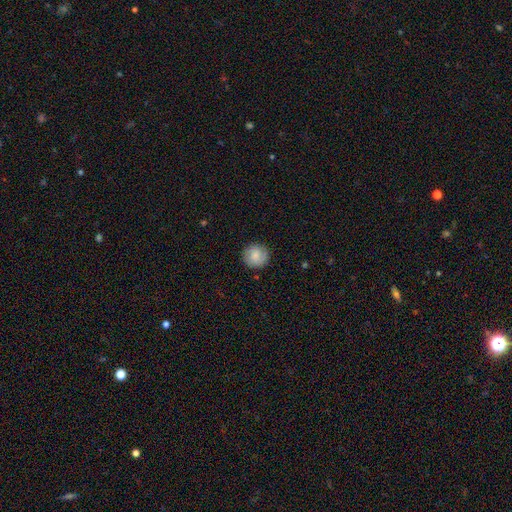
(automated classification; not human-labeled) This appears to be a smooth galaxy with no disk features (64%) that is round (92%). Merging: none (85%).